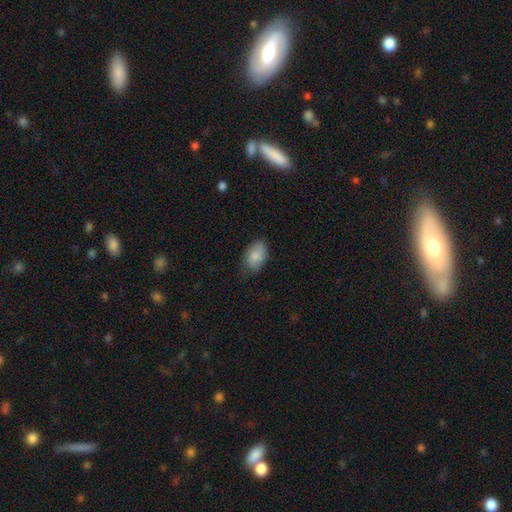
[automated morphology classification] Smooth or featured? smooth (83%)
How rounded? in between (91%)
Merging? none (68%)